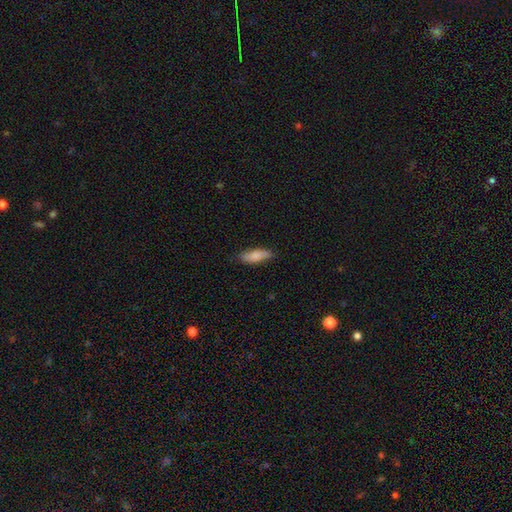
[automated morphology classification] A smooth galaxy with no disk features (82%) that is in between round and cigar-shaped (56%).

Vote fractions:
- Smooth or featured? smooth: 82% / featured or disk: 12% / star or artifact: 6%
- How rounded? in between: 56% / cigar-shaped: 42% / round: 2%
- Merging? none: 81% / minor disturbance: 16% / major disturbance: 3% / merger: 1%